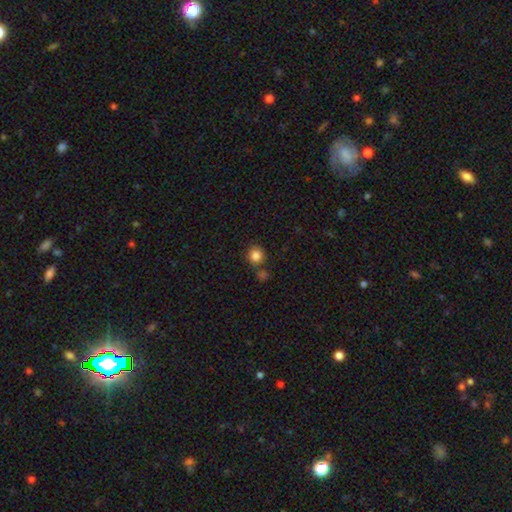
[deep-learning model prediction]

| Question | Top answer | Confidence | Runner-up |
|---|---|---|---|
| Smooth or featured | smooth | 85% | star or artifact (10%) |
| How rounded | round | 88% | in between (12%) |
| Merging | none | 72% | merger (14%) |